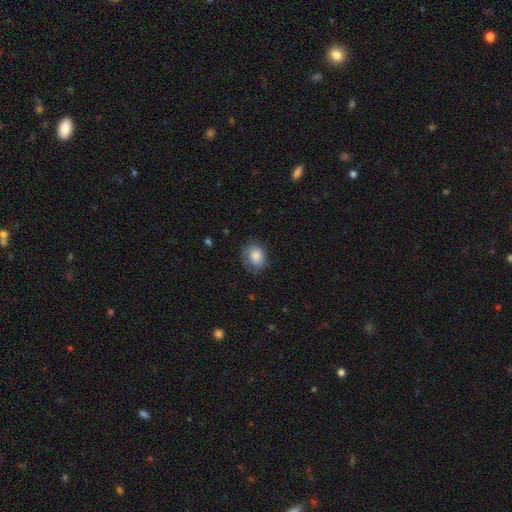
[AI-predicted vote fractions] Smooth or featured? smooth (79%)
How rounded? round (58%)
Merging? none (67%)